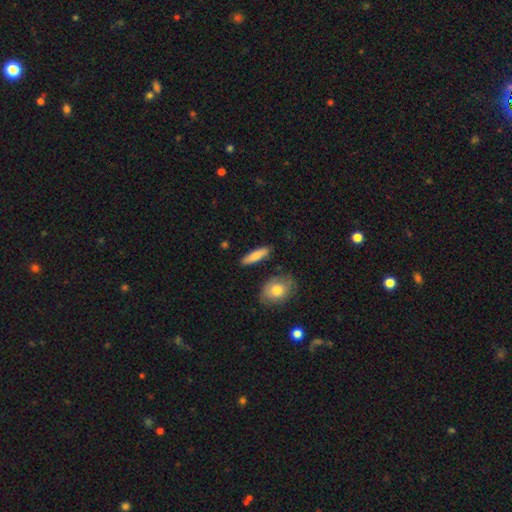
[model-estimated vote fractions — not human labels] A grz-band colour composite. It shows a smooth galaxy with no disk features (76%) that is cigar-shaped (62%). Merging: none (86%).